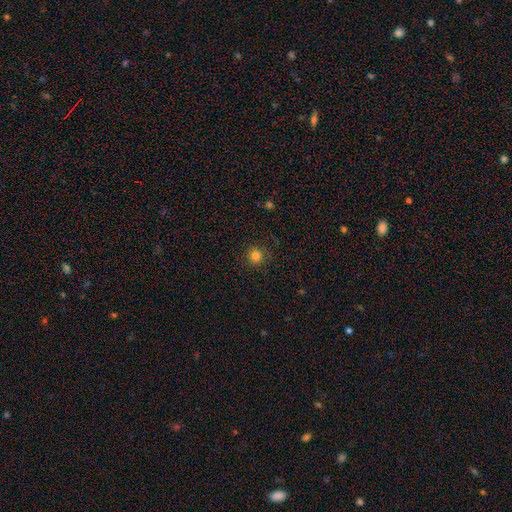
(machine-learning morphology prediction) This is clearly a smooth galaxy (82%). How rounded: clearly round (92%). Merging: clearly none (87%).